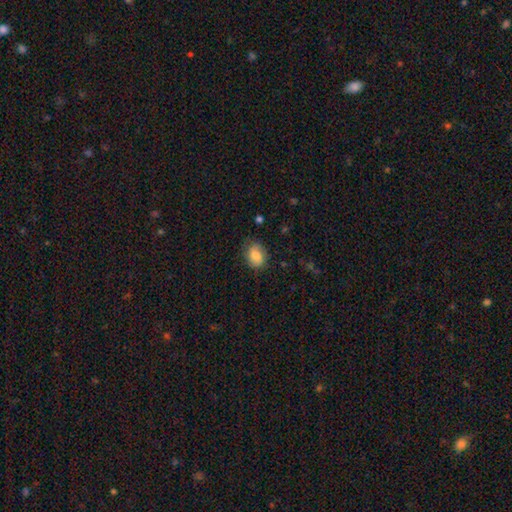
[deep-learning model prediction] smooth_or_featured: smooth (p=0.79) [alt: featured or disk p=0.13]
how_rounded: in between (p=0.67) [alt: round p=0.32]
merging: none (p=0.74) [alt: minor disturbance p=0.20]